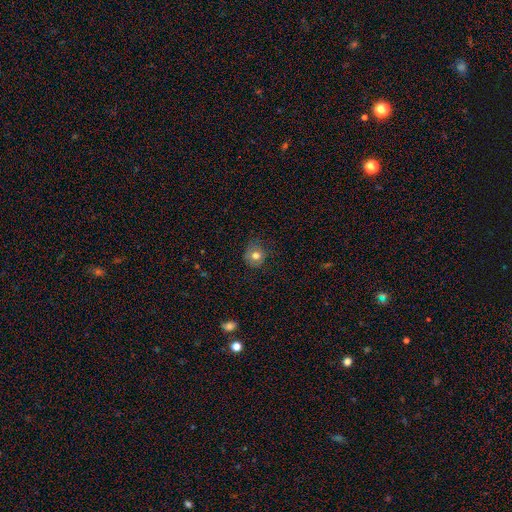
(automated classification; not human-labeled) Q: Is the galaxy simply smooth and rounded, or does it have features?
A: smooth — 76%.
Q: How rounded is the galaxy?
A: round — 86%.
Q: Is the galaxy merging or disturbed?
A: none — 71%.